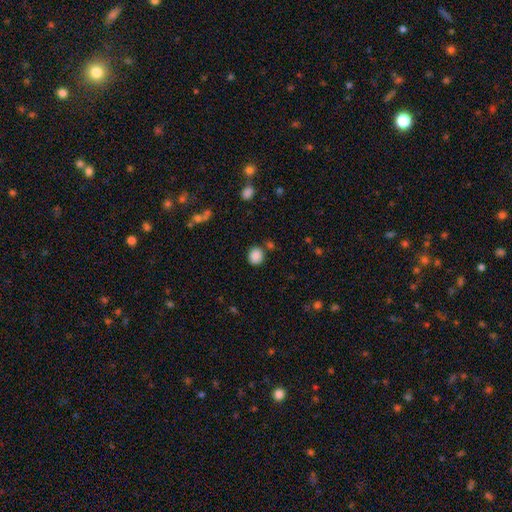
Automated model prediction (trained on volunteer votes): Smooth or featured?
  - smooth: 87% *
  - star or artifact: 9%
  - featured or disk: 3%
How rounded?
  - round: 69% *
  - in between: 30%
  - cigar-shaped: 1%
Merging?
  - none: 80% *
  - minor disturbance: 11%
  - merger: 5%
  - major disturbance: 4%